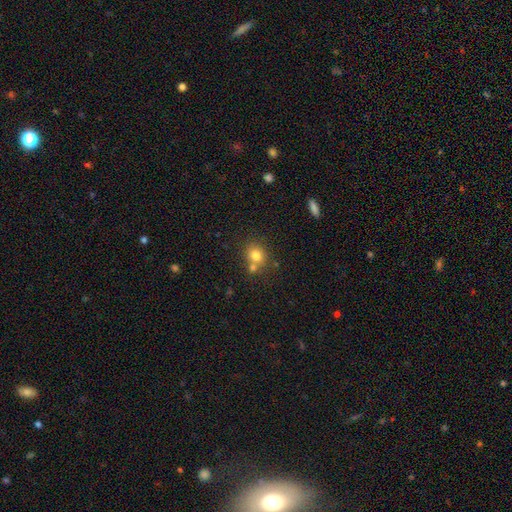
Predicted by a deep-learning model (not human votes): Smooth or featured? Predicted: smooth (p=0.78). How rounded? Predicted: round (p=0.71). Merging? Predicted: none (p=0.55).